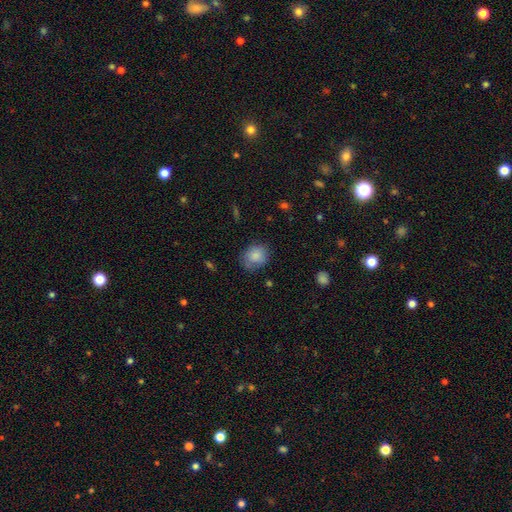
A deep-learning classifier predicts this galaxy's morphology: The model was most divided on "how rounded": round: 67%, in between: 32%, cigar-shaped: 1%. More confident: smooth or featured — smooth (83%); merging — none (70%).